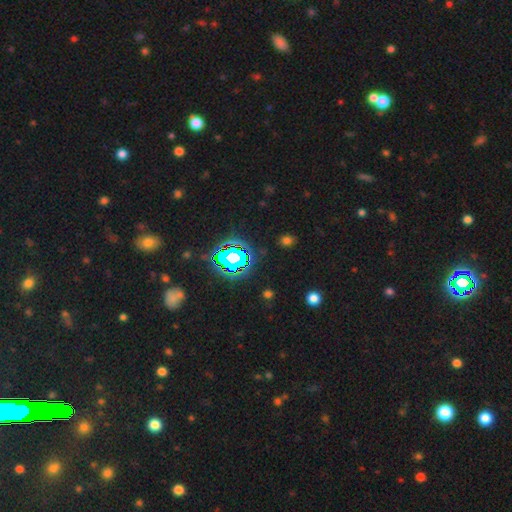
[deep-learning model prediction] A star or artifact, not a galaxy (80%).

Vote fractions:
- Smooth or featured? star or artifact: 80% / smooth: 13% / featured or disk: 7%